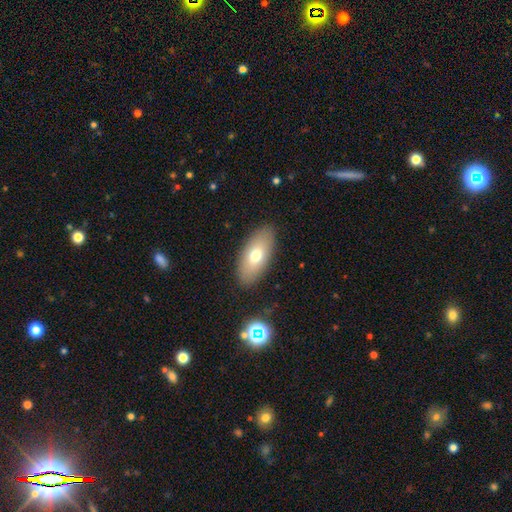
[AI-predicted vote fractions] smooth_or_featured: smooth (p=0.70) [alt: featured or disk p=0.22]
how_rounded: in between (p=0.88) [alt: cigar-shaped p=0.09]
merging: none (p=0.87) [alt: minor disturbance p=0.09]